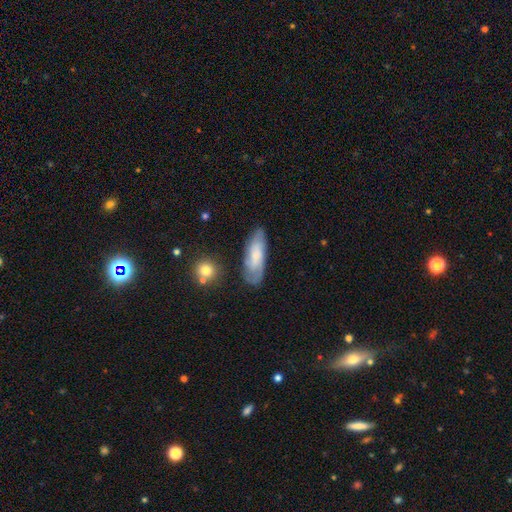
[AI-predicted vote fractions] Q: Smooth or featured?
A: smooth (52%); runner-up: featured or disk (41%)
Q: How rounded?
A: in between (65%); runner-up: cigar-shaped (33%)
Q: Merging?
A: none (71%); runner-up: minor disturbance (20%)